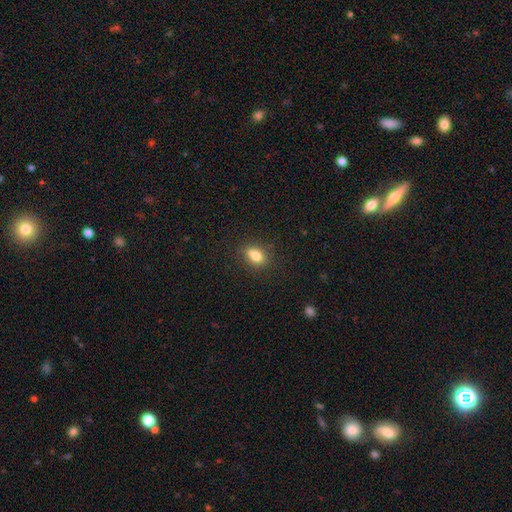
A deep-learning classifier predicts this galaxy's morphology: Smooth or featured? Predicted: smooth (p=0.79). How rounded? Predicted: in between (p=0.76). Merging? Predicted: none (p=0.79).